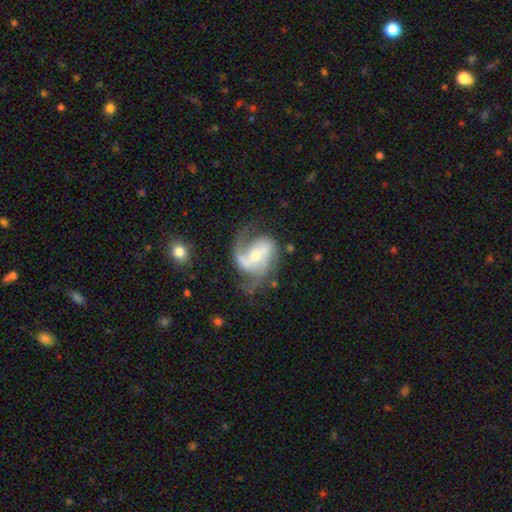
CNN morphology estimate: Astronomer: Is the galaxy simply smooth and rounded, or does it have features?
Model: featured or disk — 88%.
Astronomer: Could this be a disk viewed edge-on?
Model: no — 97%.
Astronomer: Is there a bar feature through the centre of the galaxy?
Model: weak — 40% (runner-up: strong, 33%).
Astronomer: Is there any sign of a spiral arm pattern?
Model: yes — 96%.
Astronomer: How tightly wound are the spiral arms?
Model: medium — 48% (runner-up: loose, 36%).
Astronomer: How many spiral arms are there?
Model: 2 — 75%.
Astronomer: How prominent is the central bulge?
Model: small — 49% (runner-up: moderate, 46%).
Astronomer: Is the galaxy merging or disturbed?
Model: none — 58%.